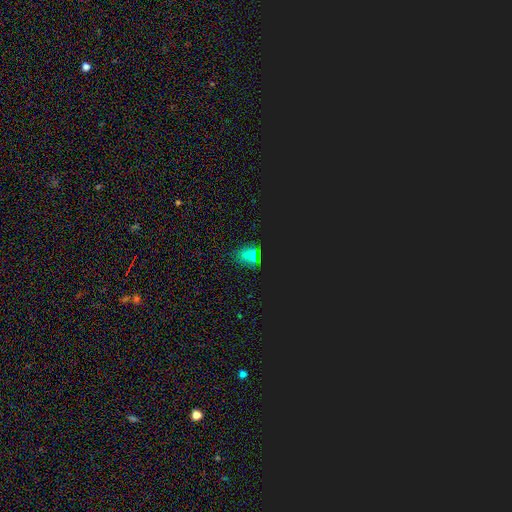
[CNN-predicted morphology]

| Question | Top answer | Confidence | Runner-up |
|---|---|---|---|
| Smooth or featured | star or artifact | 60% | smooth (33%) |